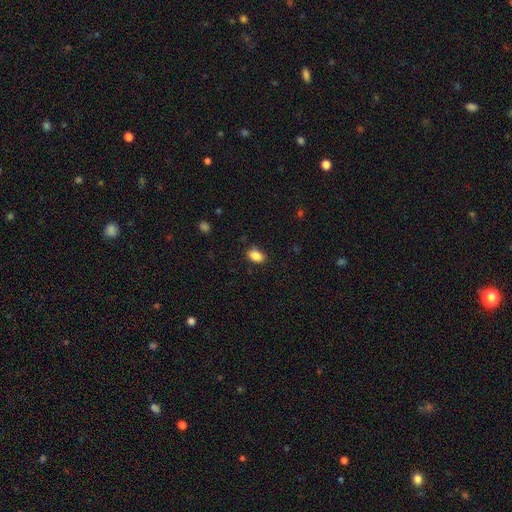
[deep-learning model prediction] Smooth or featured?
  - smooth: 87% *
  - star or artifact: 9%
  - featured or disk: 5%
How rounded?
  - in between: 87% *
  - round: 11%
  - cigar-shaped: 2%
Merging?
  - none: 82% *
  - minor disturbance: 14%
  - major disturbance: 3%
  - merger: 1%